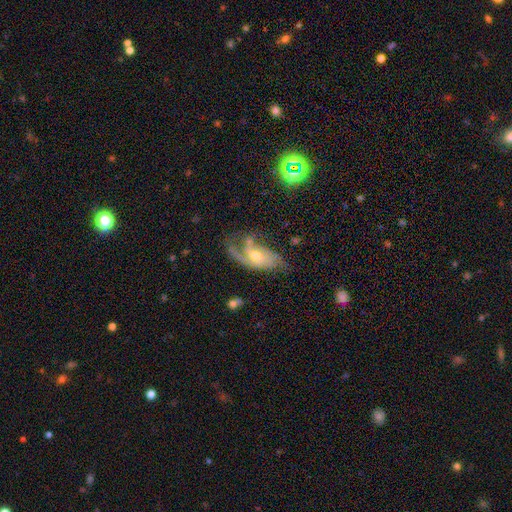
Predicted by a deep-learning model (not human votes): featured or disk 80%, smooth 12%, star or artifact 8%. Down the decision tree: edge-on disk — no (94%); bar — no (62%); spiral arms — yes (92%); spiral arm count — 2 (41%); spiral winding — medium (43%); bulge size — moderate (54%); merging — none (46%).